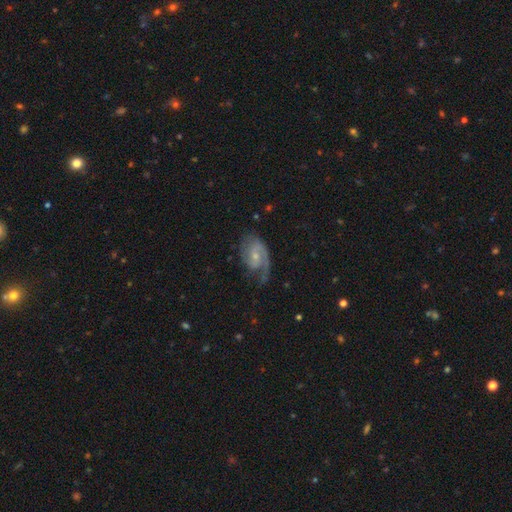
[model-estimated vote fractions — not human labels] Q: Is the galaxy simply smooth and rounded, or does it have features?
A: featured or disk — 83%.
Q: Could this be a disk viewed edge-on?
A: no — 97%.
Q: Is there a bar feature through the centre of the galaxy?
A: no — 48%.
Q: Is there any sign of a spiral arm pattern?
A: yes — 95%.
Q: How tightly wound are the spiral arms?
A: medium — 47%.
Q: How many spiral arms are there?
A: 2 — 63%.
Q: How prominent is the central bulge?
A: small — 61%.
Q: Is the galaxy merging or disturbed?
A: none — 58%.